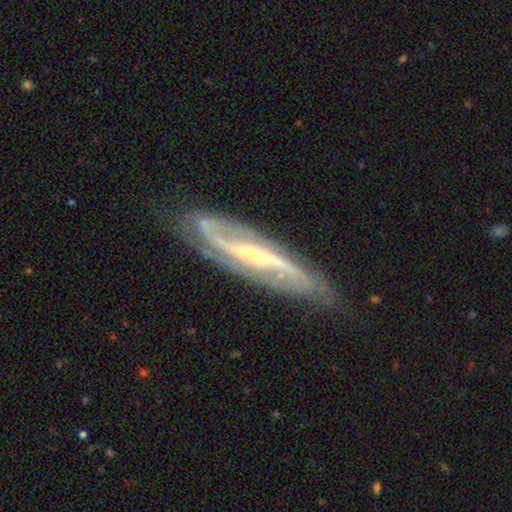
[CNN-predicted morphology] The model was most divided on "bulge size": small: 50%, moderate: 44%, large: 3%, none: 2%, dominant: 1%. Remaining: spiral arms — yes (96%); smooth or featured — featured or disk (88%); spiral arm count — 2 (82%); edge-on disk — no (78%); merging — none (78%); bar — strong (49%); spiral winding — medium (45%).